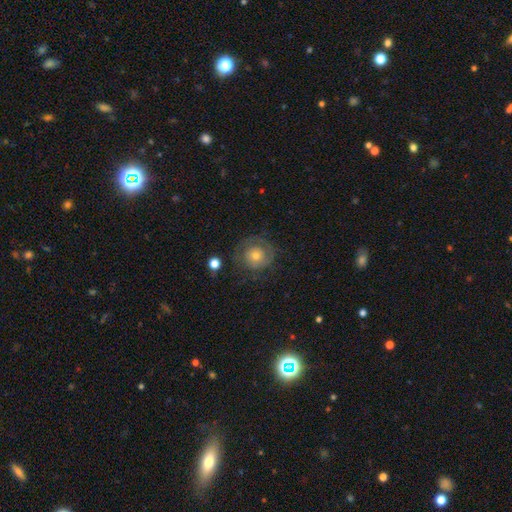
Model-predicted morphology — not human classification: This appears to be a featured or disk galaxy (54%) with no bar (86%), spiral arms (72%) and a moderate central bulge (49%). Merging: none (70%).